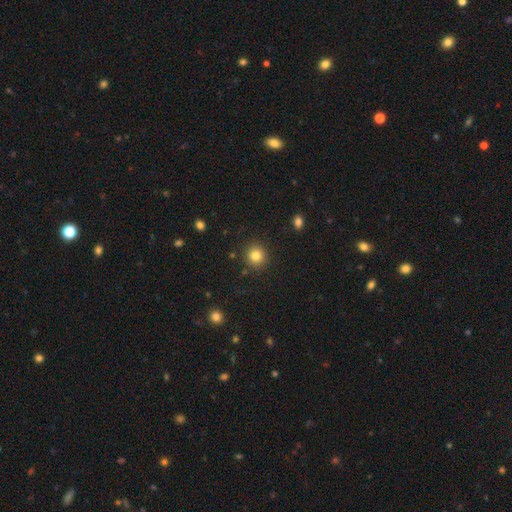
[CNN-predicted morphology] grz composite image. It shows a smooth galaxy with no disk features (83%) that is round (91%). Merging: none (89%).